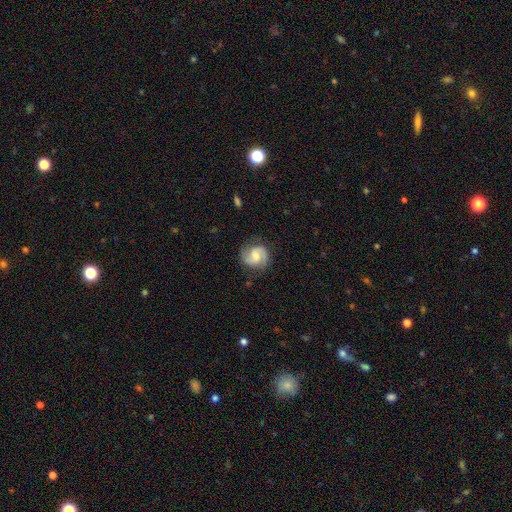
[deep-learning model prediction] Smooth or featured: featured or disk — 78% (smooth — 16%)
Edge-on disk: no — 98% (yes — 2%)
Bar: weak — 50% (no — 38%)
Spiral arms: yes — 96% (no — 4%)
Spiral winding: medium — 52% (tight — 26%)
Spiral arm count: 2 — 90% (can't tell — 4%)
Bulge size: moderate — 51% (small — 34%)
Merging: none — 79% (minor disturbance — 15%)